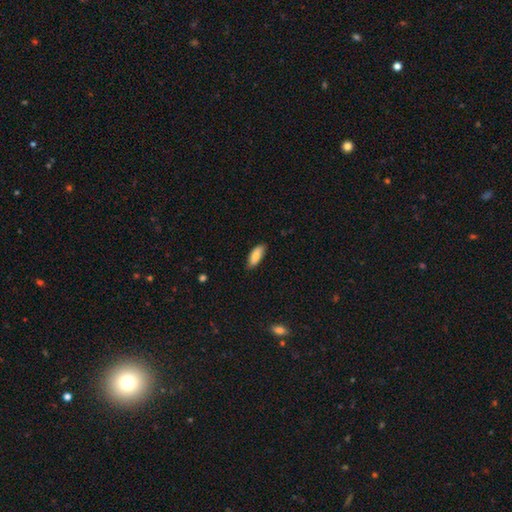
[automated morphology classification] Smooth or featured? smooth (83%)
How rounded? in between (79%)
Merging? none (83%)